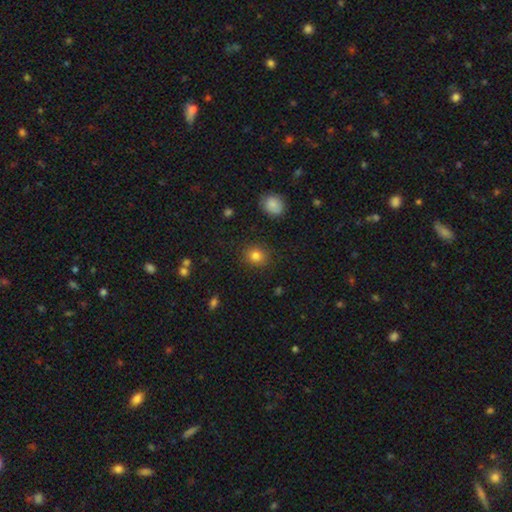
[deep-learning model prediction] smooth_or_featured: smooth (p=0.82) [alt: star or artifact p=0.12]
how_rounded: round (p=0.78) [alt: in between p=0.21]
merging: none (p=0.88) [alt: minor disturbance p=0.08]